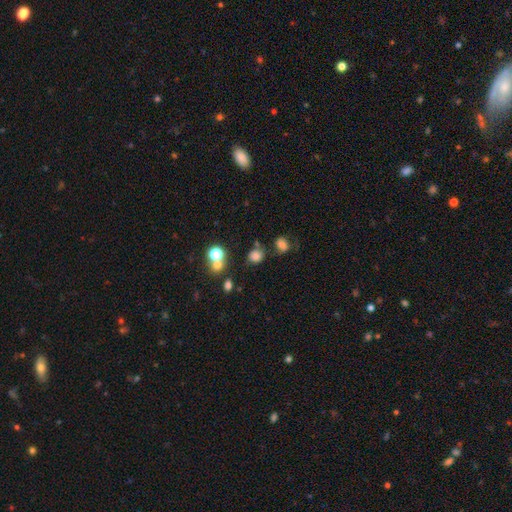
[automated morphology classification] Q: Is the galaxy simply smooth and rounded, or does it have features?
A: smooth — 74%.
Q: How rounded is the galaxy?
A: round — 74%.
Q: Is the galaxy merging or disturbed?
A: none — 65%.